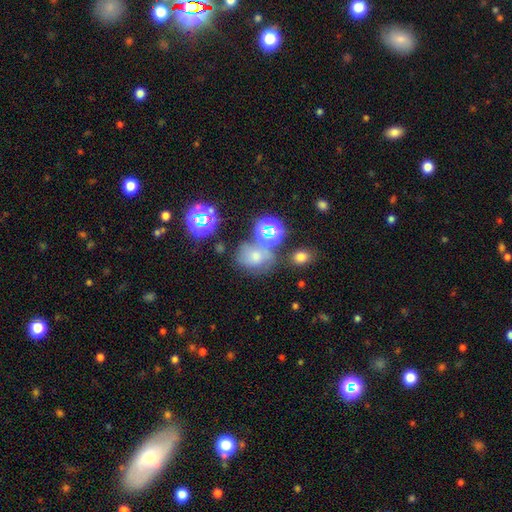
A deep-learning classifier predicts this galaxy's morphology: Smooth or featured: star or artifact — 42% (smooth — 39%)